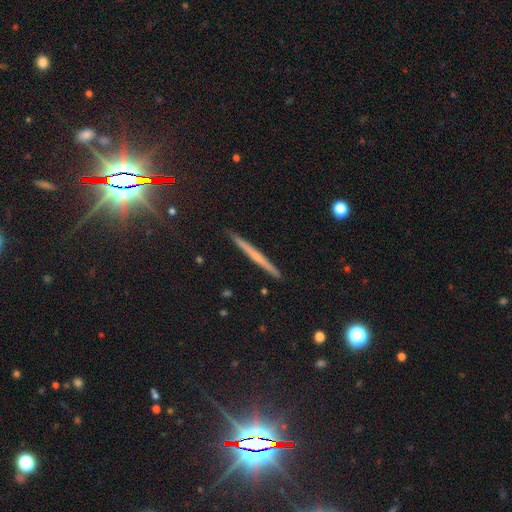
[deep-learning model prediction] A featured or disk galaxy (54%) viewed edge-on (98%) with no central bulge (71%). Merging: none (92%).